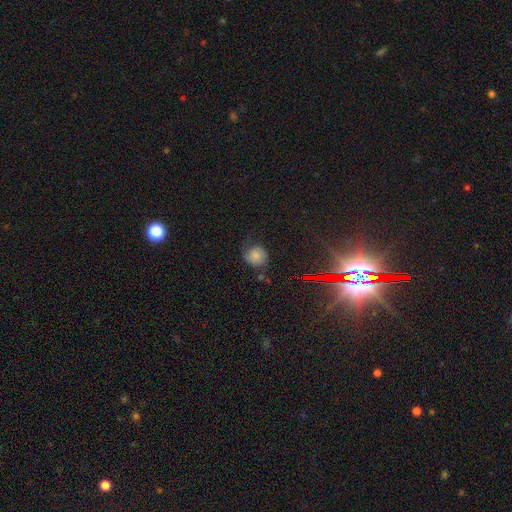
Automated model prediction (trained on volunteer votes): A smooth galaxy with no disk features (66%) that is round (81%). Merging: none (56%).